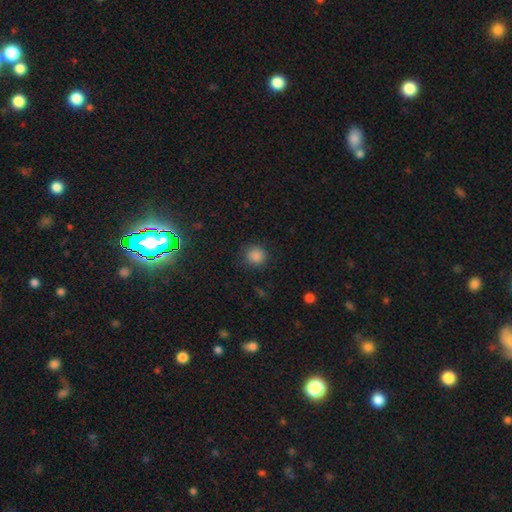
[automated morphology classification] Smooth or featured? Predicted: smooth (p=0.85). How rounded? Predicted: round (p=0.90). Merging? Predicted: none (p=0.87).